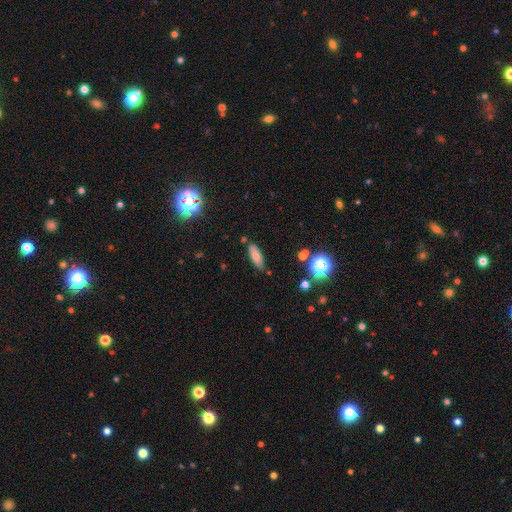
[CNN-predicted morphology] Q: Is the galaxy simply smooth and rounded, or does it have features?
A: smooth — 71%.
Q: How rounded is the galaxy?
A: in between — 61%.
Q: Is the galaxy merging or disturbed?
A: none — 78%.